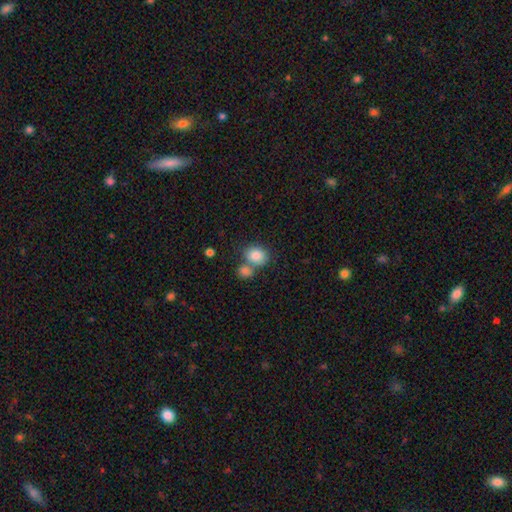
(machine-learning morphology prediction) Smooth or featured: smooth — 84% (star or artifact — 8%)
How rounded: round — 51% (in between — 48%)
Merging: none — 46% (merger — 39%)